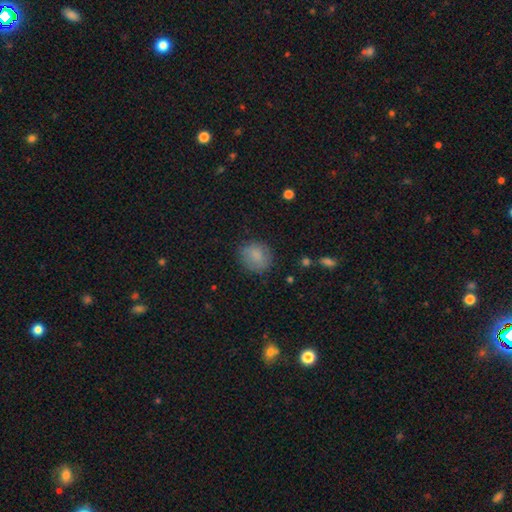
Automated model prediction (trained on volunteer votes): Smooth or featured? smooth (82%)
How rounded? round (74%)
Merging? none (79%)